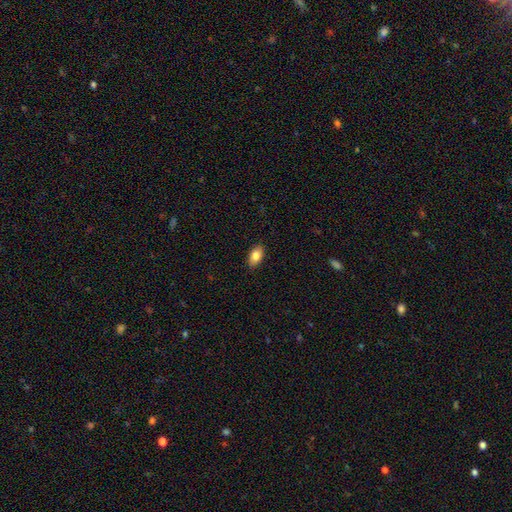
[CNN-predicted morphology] Overall: smooth (82%). How rounded: in between (92%). Merging: none (89%).